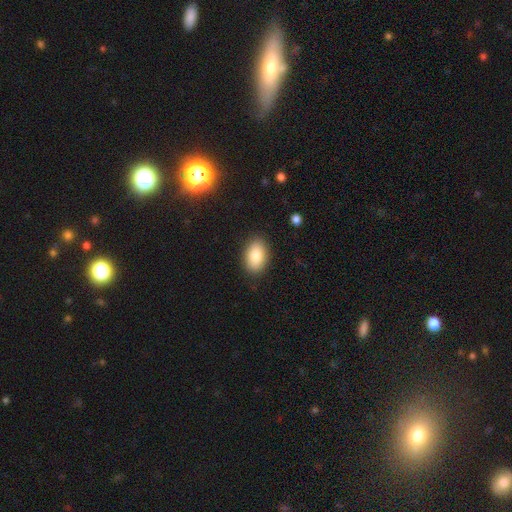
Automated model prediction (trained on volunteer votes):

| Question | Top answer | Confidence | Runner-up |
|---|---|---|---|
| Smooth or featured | smooth | 84% | featured or disk (9%) |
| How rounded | in between | 89% | round (9%) |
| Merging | none | 88% | minor disturbance (9%) |